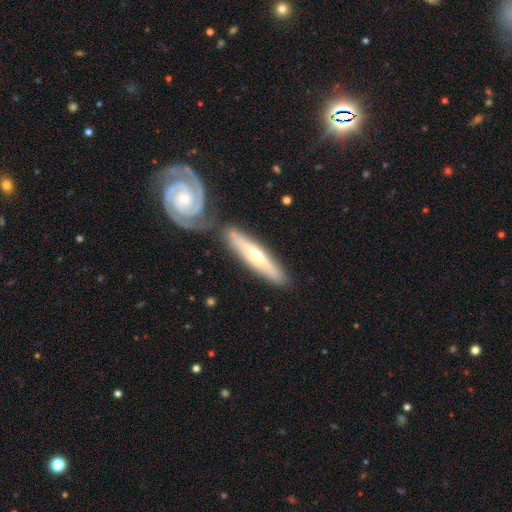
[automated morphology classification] featured or disk 61%, smooth 35%, star or artifact 5%. Down the decision tree: edge-on disk — yes (69%); merging — none (69%).